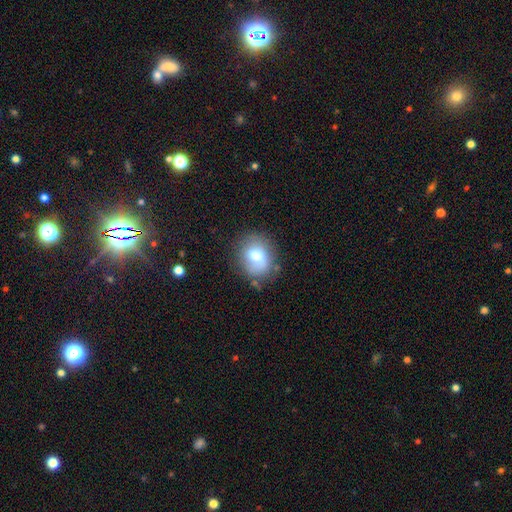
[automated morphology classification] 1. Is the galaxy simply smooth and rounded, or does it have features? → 72% smooth, 19% featured or disk, 9% star or artifact.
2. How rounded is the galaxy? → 58% round, 41% in between, 1% cigar-shaped.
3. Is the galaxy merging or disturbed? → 69% none, 20% minor disturbance, 7% major disturbance, 4% merger.